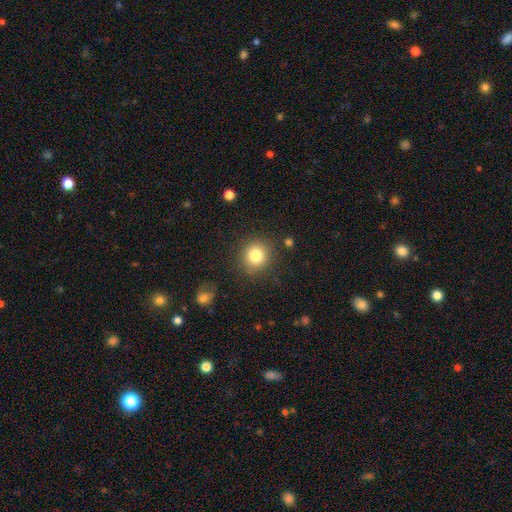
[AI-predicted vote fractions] Overall: smooth (80%). How rounded: round (89%). Merging: none (87%).